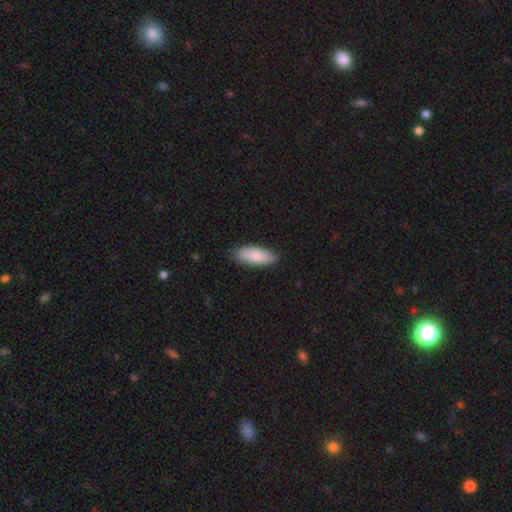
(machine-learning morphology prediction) This appears to be a smooth galaxy with no disk features (86%) that is in between round and cigar-shaped (75%). Merging: none (83%).